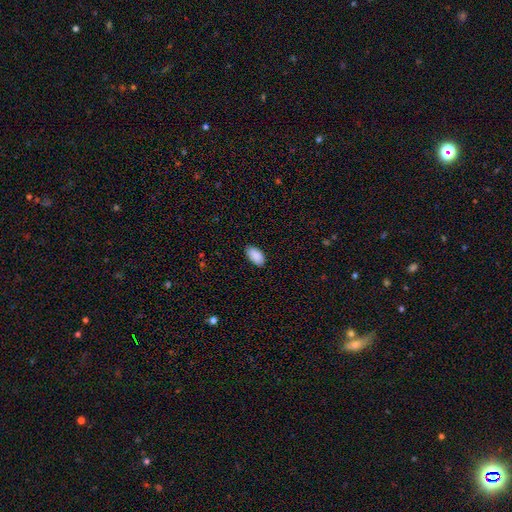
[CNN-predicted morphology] This appears to be a smooth galaxy with no disk features (91%) that is in between round and cigar-shaped (95%). Merging: none (87%).